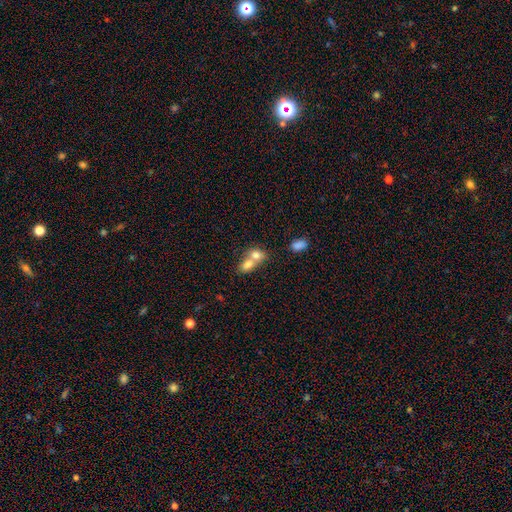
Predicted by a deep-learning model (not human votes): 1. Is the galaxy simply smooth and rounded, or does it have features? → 74% smooth, 17% featured or disk, 9% star or artifact.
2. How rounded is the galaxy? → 63% in between, 35% round, 2% cigar-shaped.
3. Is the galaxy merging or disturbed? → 74% merger, 18% none, 5% minor disturbance, 3% major disturbance.